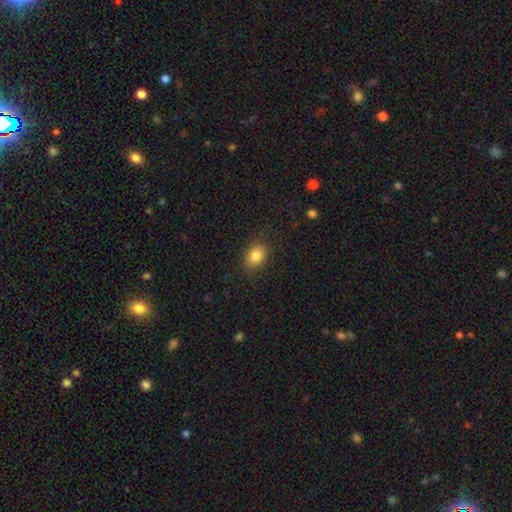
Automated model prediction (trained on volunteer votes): Smooth or featured? smooth (83%)
How rounded? in between (58%)
Merging? none (85%)